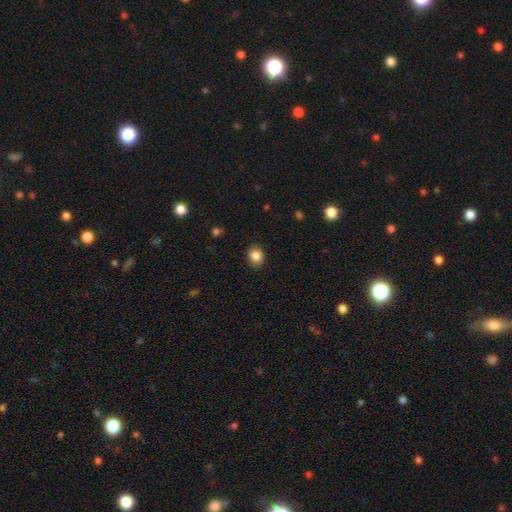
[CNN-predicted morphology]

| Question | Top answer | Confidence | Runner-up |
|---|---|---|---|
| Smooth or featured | smooth | 86% | star or artifact (9%) |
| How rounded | round | 56% | in between (43%) |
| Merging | none | 87% | minor disturbance (9%) |